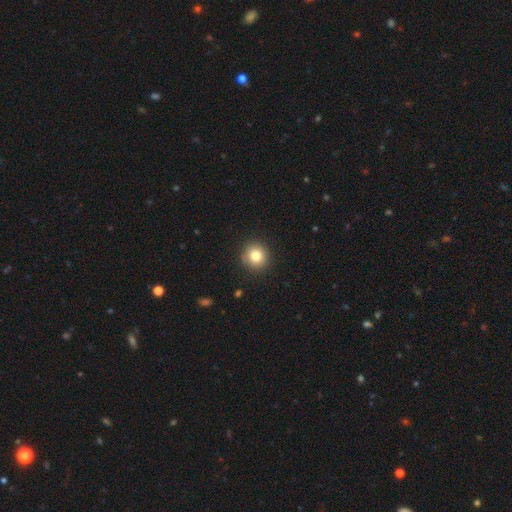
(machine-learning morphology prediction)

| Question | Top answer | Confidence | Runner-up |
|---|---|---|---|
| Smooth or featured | smooth | 81% | star or artifact (11%) |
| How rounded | round | 92% | in between (7%) |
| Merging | none | 91% | minor disturbance (6%) |